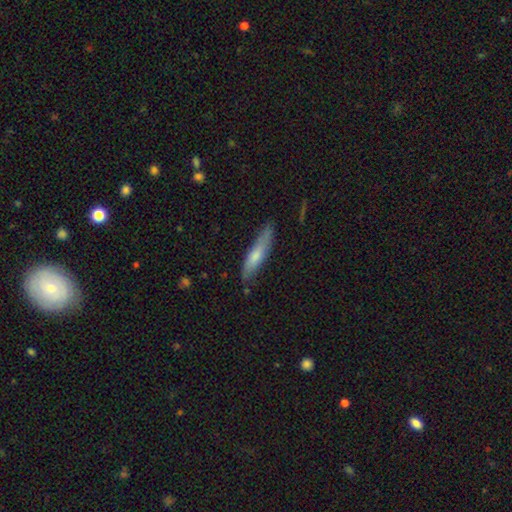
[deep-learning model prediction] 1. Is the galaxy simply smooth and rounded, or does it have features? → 62% smooth, 32% featured or disk, 6% star or artifact.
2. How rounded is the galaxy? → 83% cigar-shaped, 15% in between, 2% round.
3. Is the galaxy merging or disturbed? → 76% none, 19% minor disturbance, 3% major disturbance, 2% merger.